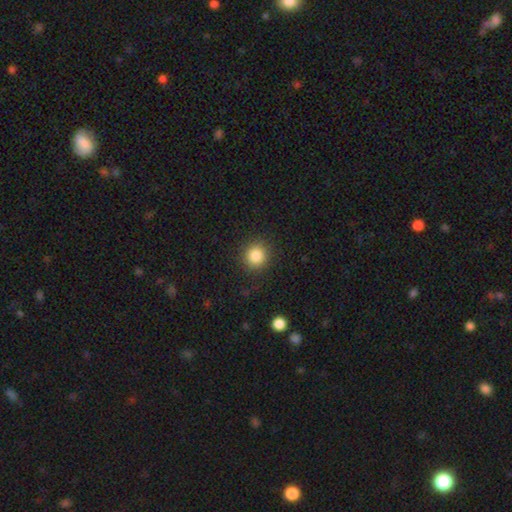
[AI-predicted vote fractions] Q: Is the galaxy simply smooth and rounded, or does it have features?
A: smooth — 85%.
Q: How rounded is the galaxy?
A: round — 91%.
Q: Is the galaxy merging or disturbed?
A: none — 89%.